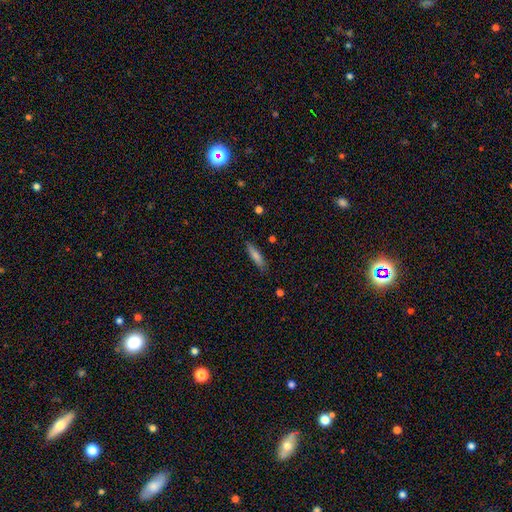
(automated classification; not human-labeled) This appears to be a smooth galaxy with no disk features (71%) that is cigar-shaped (78%). Merging: none (86%).